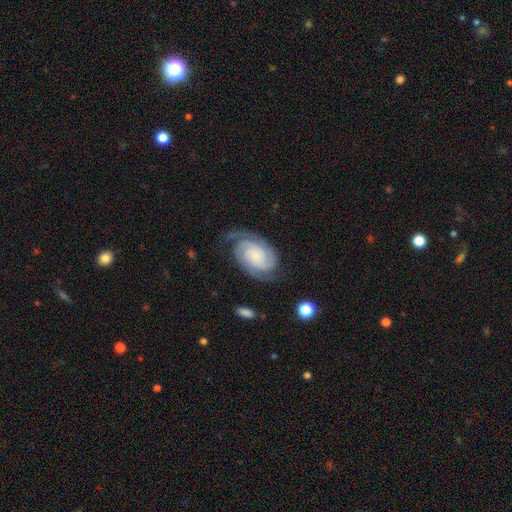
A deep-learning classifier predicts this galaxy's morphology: smooth-or-featured: featured or disk: 83% | smooth: 11% | star or artifact: 6%
  disk-edge-on: no: 97% | yes: 3%
    bar: no: 69% | weak: 24% | strong: 6%
    has-spiral-arms: yes: 97% | no: 3%
      spiral-winding: tight: 60% | medium: 32% | loose: 8%
      spiral-arm-count: 2: 81% | can't tell: 8% | 3: 5% | 1: 3% | 4: 2% | more than 4: 2%
    bulge-size: small: 56% | none: 22% | moderate: 14% | large: 6% | dominant: 3%
  merging: none: 70% | minor disturbance: 18% | major disturbance: 10% | merger: 2%